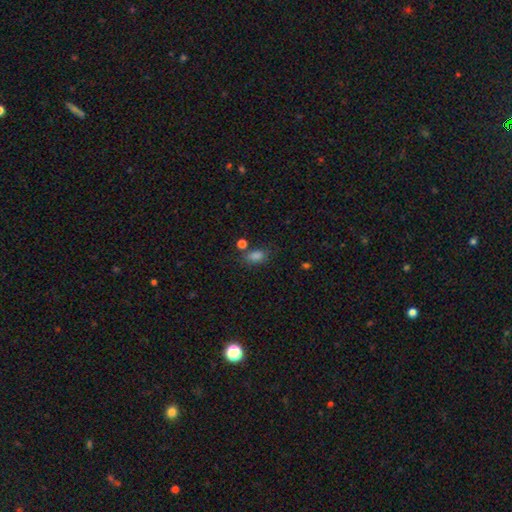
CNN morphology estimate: Smooth or featured?
  - smooth: 79% *
  - star or artifact: 16%
  - featured or disk: 6%
How rounded?
  - in between: 80% *
  - round: 17%
  - cigar-shaped: 3%
Merging?
  - none: 69% *
  - minor disturbance: 17%
  - merger: 9%
  - major disturbance: 6%